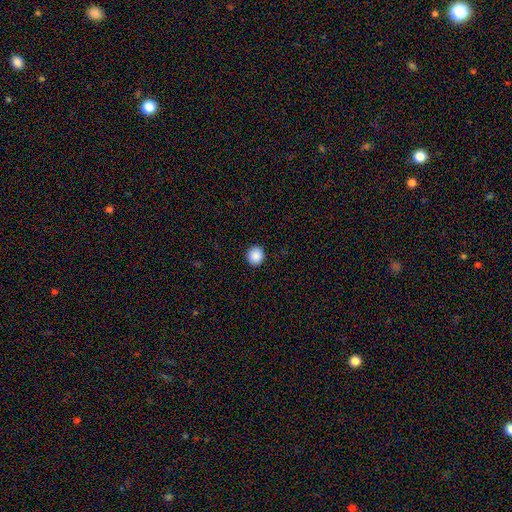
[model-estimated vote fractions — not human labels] This is clearly a smooth galaxy (89%). How rounded: clearly round (91%). Merging: clearly none (93%).